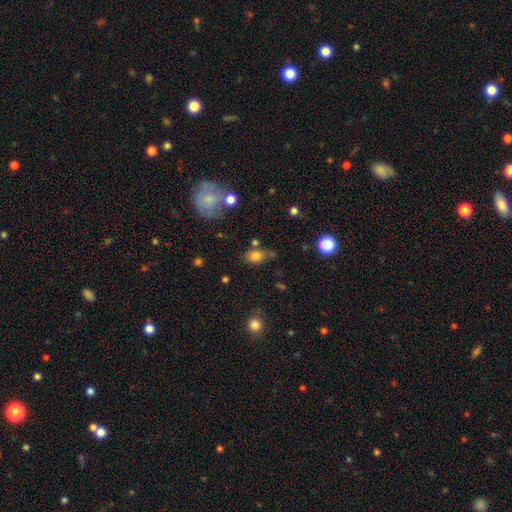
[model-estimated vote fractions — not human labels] Smooth or featured: smooth — 80% (star or artifact — 11%)
How rounded: in between — 80% (round — 18%)
Merging: none — 64% (minor disturbance — 20%)